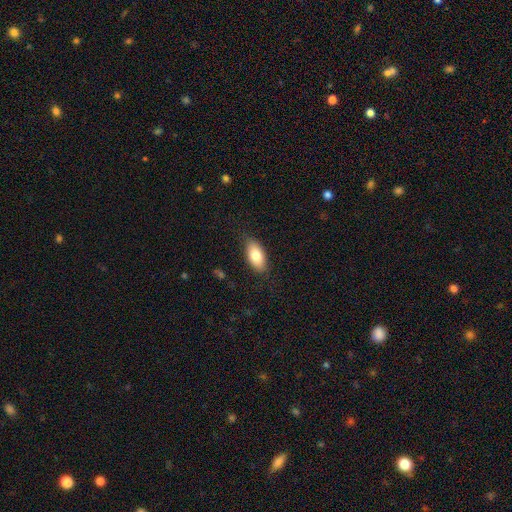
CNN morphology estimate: This appears to be a smooth galaxy with no disk features (80%) that is in between round and cigar-shaped (91%). Merging: none (80%).